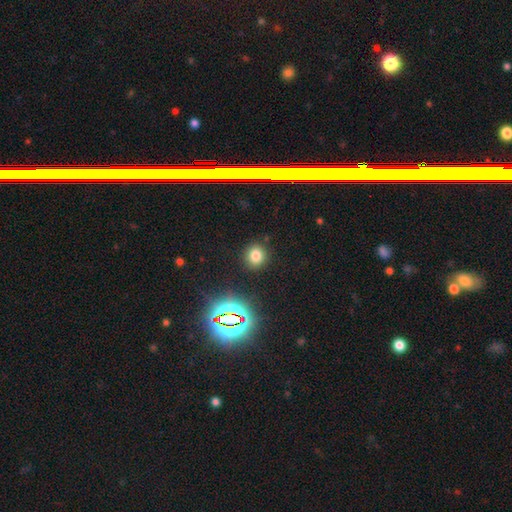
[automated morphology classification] smooth_or_featured: smooth (p=0.74) [alt: star or artifact p=0.20]
how_rounded: round (p=0.81) [alt: in between p=0.18]
merging: none (p=0.88) [alt: minor disturbance p=0.07]